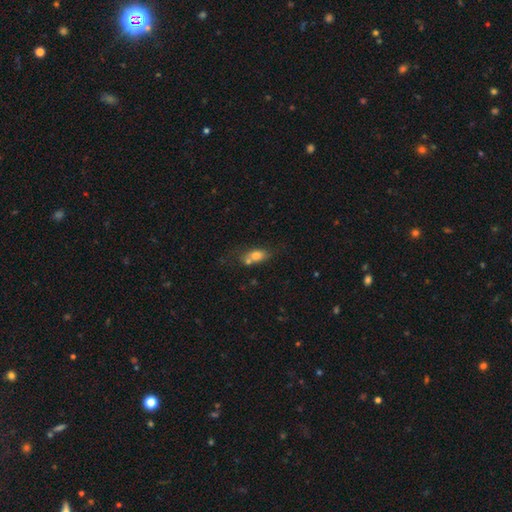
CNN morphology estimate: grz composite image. It shows a smooth galaxy with no disk features (73%) that is in between round and cigar-shaped (73%). Merging: none (41%).